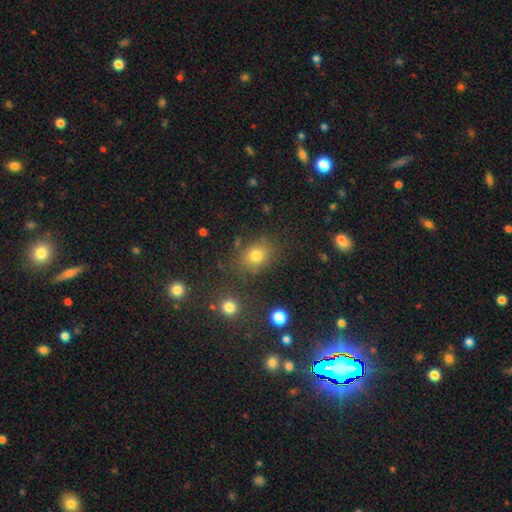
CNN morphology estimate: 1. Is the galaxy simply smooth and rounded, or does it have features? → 74% smooth, 18% star or artifact, 8% featured or disk.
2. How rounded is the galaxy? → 54% round, 44% in between, 1% cigar-shaped.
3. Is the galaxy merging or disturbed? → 78% none, 12% minor disturbance, 5% merger, 5% major disturbance.